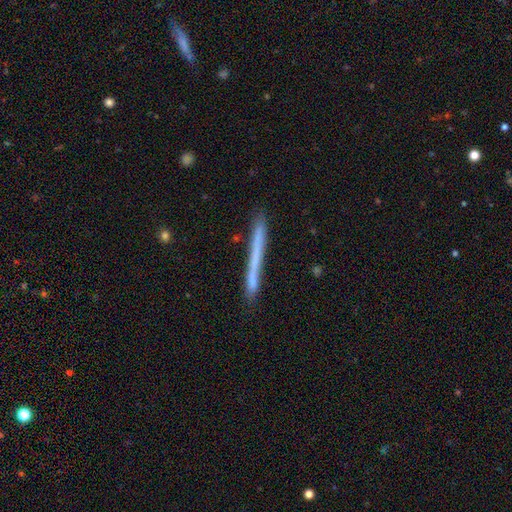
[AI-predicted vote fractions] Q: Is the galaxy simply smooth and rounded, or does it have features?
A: smooth — 55%.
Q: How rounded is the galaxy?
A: cigar-shaped — 97%.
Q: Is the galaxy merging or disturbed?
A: none — 82%.